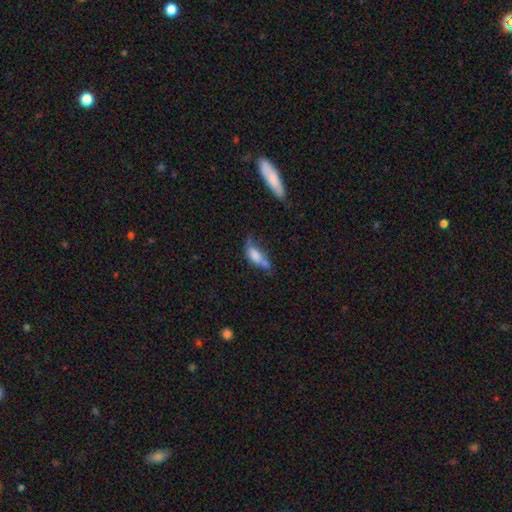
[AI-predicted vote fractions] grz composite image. It shows a smooth galaxy with no disk features (60%) that is in between round and cigar-shaped (59%). Merging: none (30%, tied with minor disturbance).